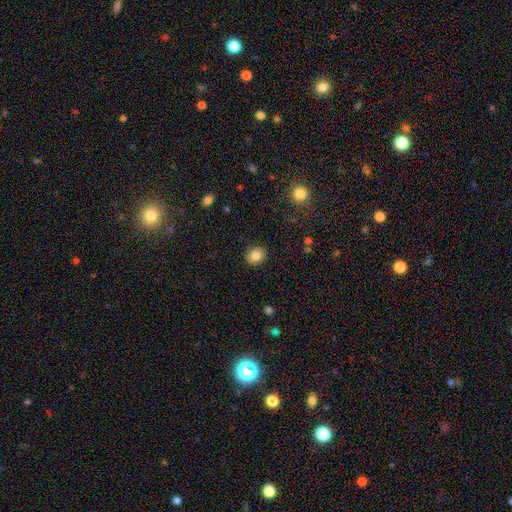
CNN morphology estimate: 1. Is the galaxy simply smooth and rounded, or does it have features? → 84% smooth, 10% star or artifact, 7% featured or disk.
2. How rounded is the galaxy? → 70% round, 29% in between, 1% cigar-shaped.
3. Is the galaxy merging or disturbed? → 90% none, 7% minor disturbance, 2% major disturbance, 1% merger.